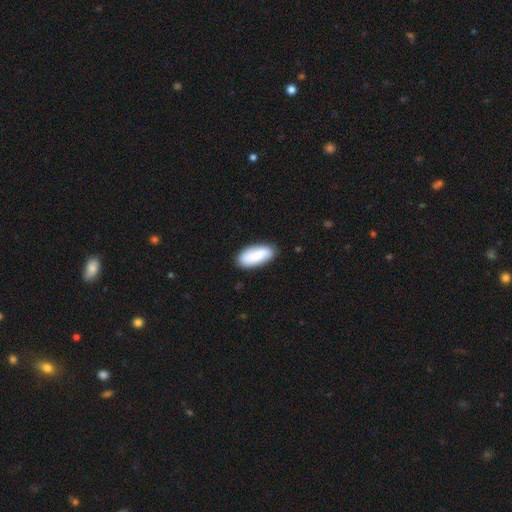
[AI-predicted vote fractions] smooth-or-featured: smooth: 83% | featured or disk: 11% | star or artifact: 6%
  how-rounded: in between: 84% | cigar-shaped: 14% | round: 2%
  merging: none: 85% | minor disturbance: 11% | major disturbance: 2% | merger: 2%